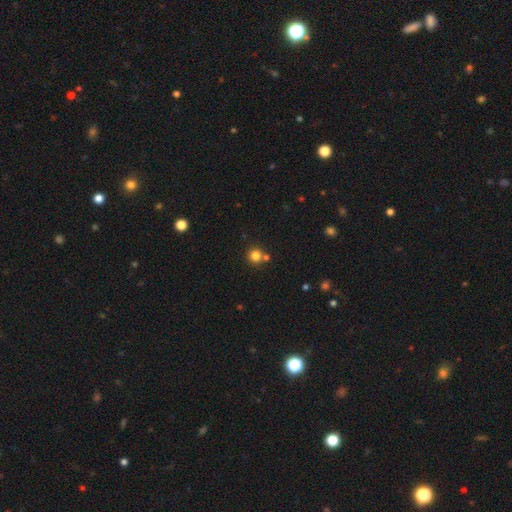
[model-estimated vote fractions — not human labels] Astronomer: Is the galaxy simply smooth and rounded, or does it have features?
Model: smooth — 80%.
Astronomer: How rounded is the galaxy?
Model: round — 92%.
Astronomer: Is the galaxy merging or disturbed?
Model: none — 71%.